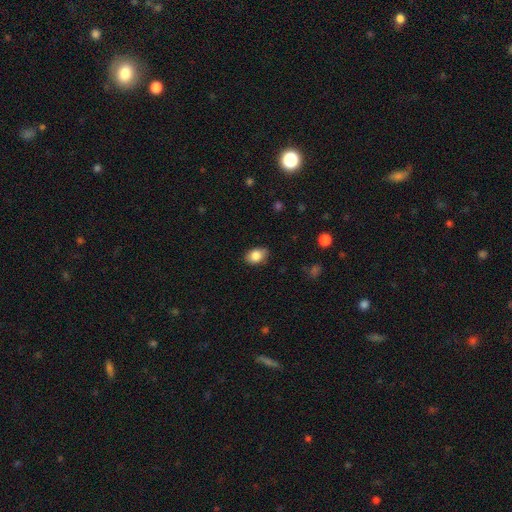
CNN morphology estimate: A smooth galaxy with no disk features (85%) that is in between round and cigar-shaped (76%). Merging: none (80%).